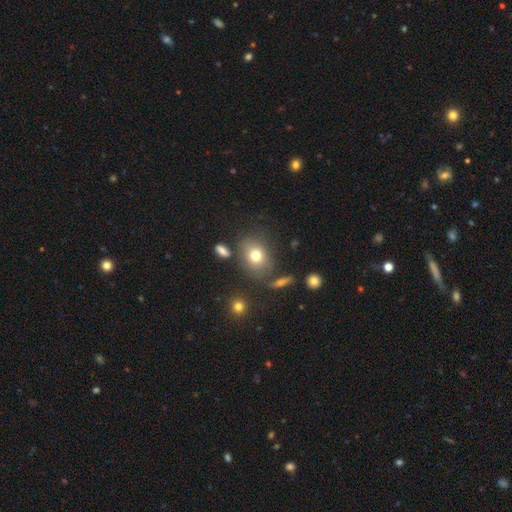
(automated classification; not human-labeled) smooth 74%, featured or disk 13%, star or artifact 13%. Down the decision tree: how rounded — in between (51%); merging — none (73%).